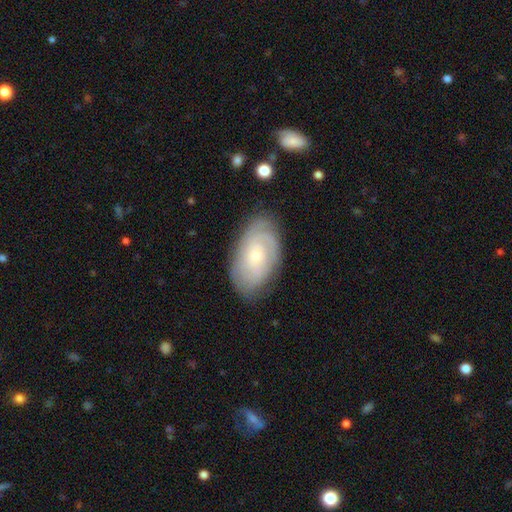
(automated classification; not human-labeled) A featured or disk galaxy (68%) with no bar (76%), tight (68%) spiral arms (84%) and a small central bulge (68%). Merging: none (78%).